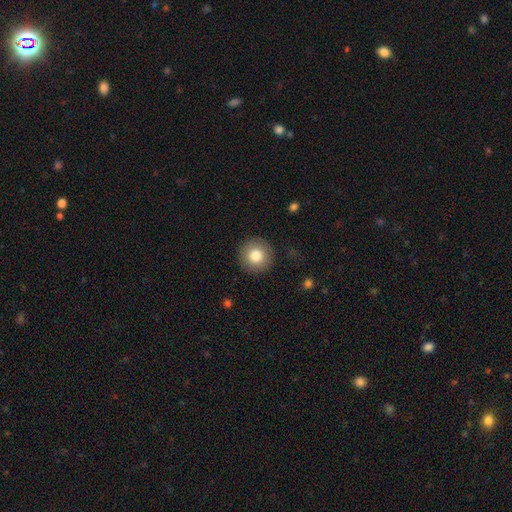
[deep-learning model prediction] Smooth or featured: smooth — 80% (featured or disk — 11%)
How rounded: round — 96% (in between — 4%)
Merging: none — 91% (minor disturbance — 6%)